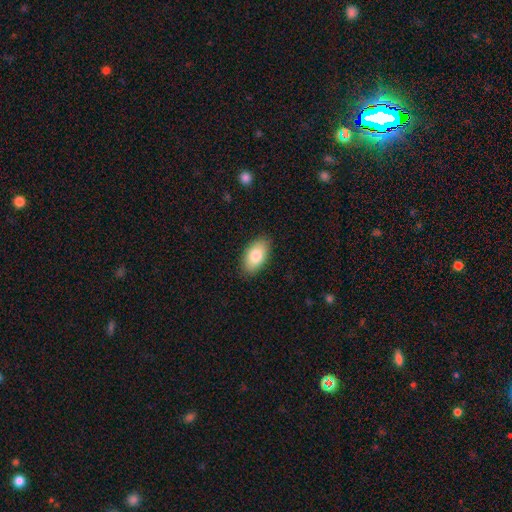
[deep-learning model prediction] A smooth galaxy with no disk features (82%) that is in between round and cigar-shaped (94%).

Vote fractions:
- Smooth or featured? smooth: 82% / featured or disk: 12% / star or artifact: 6%
- How rounded? in between: 94% / round: 4% / cigar-shaped: 2%
- Merging? none: 88% / minor disturbance: 9% / major disturbance: 2% / merger: 1%